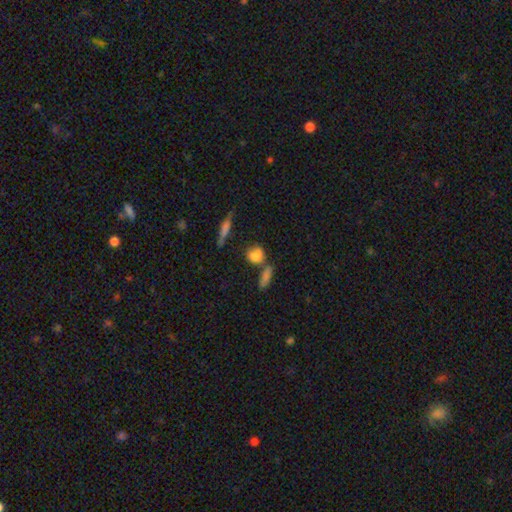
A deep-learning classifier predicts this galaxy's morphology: Q: Smooth or featured?
A: smooth (75%); runner-up: featured or disk (13%)
Q: How rounded?
A: in between (50%); runner-up: round (38%)
Q: Merging?
A: none (45%); runner-up: merger (34%)